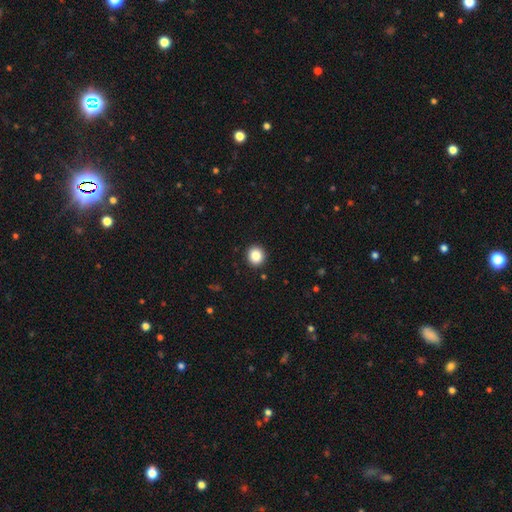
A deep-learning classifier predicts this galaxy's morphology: type=smooth (86%); roundness=round (86%); merging=none (92%).